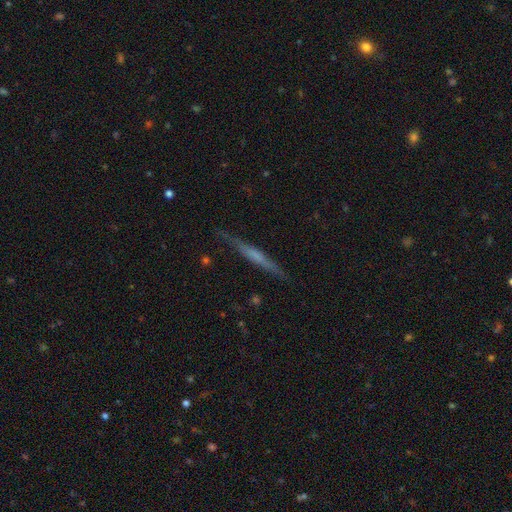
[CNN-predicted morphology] Smooth or featured? Predicted: featured or disk (p=0.58). Edge-on disk? Predicted: yes (p=0.96). Edge-on bulge? Predicted: none (p=0.53). Merging? Predicted: none (p=0.84).